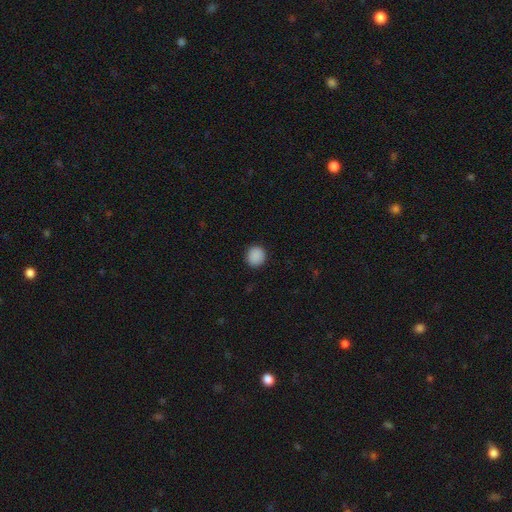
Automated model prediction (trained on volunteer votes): Smooth or featured: smooth — 89% (star or artifact — 9%)
How rounded: round — 89% (in between — 10%)
Merging: none — 91% (minor disturbance — 6%)